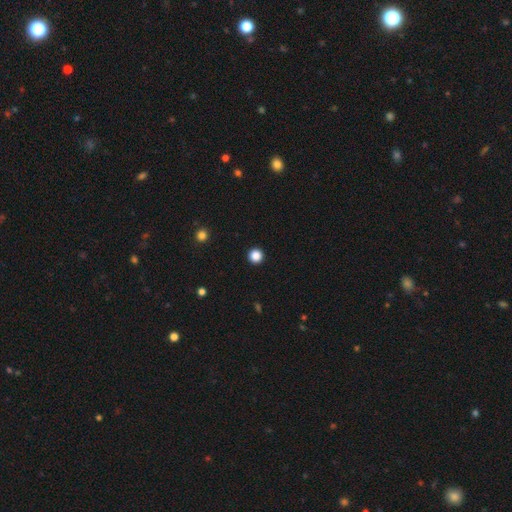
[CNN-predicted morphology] Q: Smooth or featured?
A: smooth (86%); runner-up: star or artifact (12%)
Q: How rounded?
A: round (97%); runner-up: in between (2%)
Q: Merging?
A: none (94%); runner-up: minor disturbance (4%)